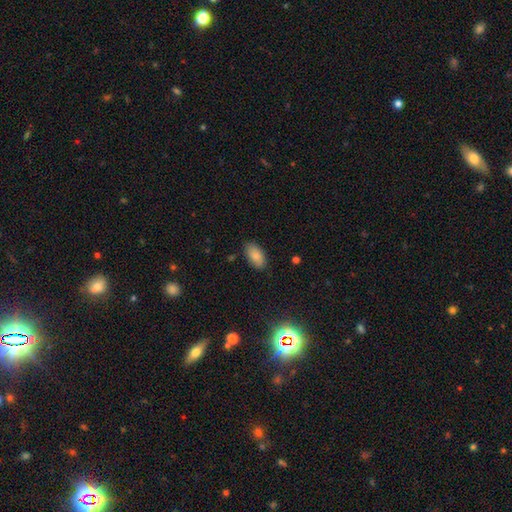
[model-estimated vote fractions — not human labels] Q: Smooth or featured?
A: smooth (84%); runner-up: featured or disk (8%)
Q: How rounded?
A: in between (94%); runner-up: round (4%)
Q: Merging?
A: none (83%); runner-up: minor disturbance (13%)